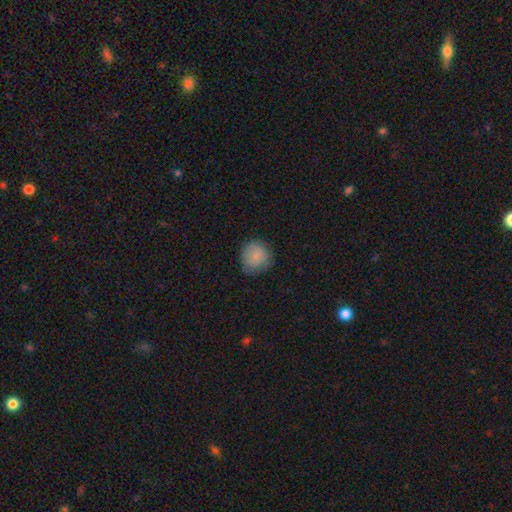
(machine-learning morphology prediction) The model was most divided on "merging": none: 76%, minor disturbance: 18%, major disturbance: 4%, merger: 1%. More confident: how rounded — round (89%); smooth or featured — smooth (85%).